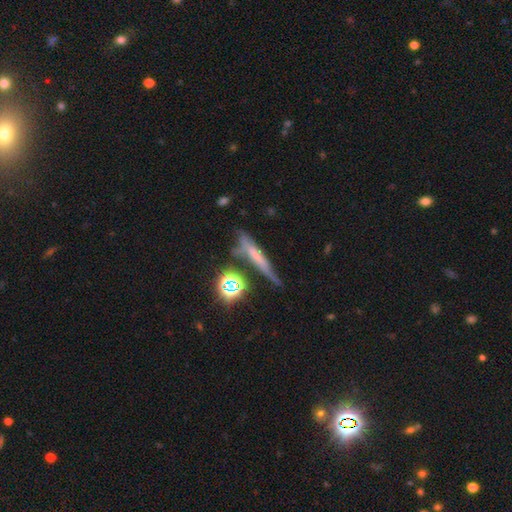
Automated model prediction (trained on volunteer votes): Smooth or featured?
  - smooth: 44% *
  - featured or disk: 33%
  - star or artifact: 22%
Merging?
  - none: 57% *
  - minor disturbance: 22%
  - merger: 11%
  - major disturbance: 10%